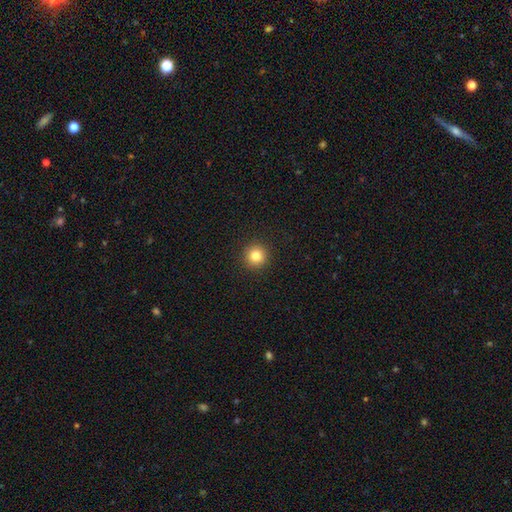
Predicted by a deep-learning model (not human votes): This appears to be a smooth galaxy with no disk features (83%) that is round (95%). Merging: none (93%).